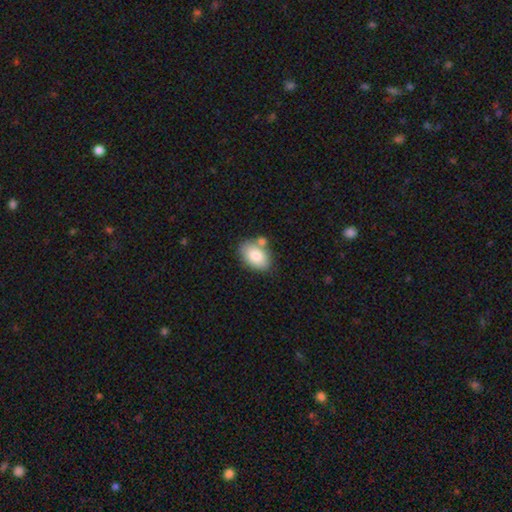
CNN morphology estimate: This appears to be a smooth galaxy with no disk features (82%) that is in between round and cigar-shaped (89%). Merging: none (64%).